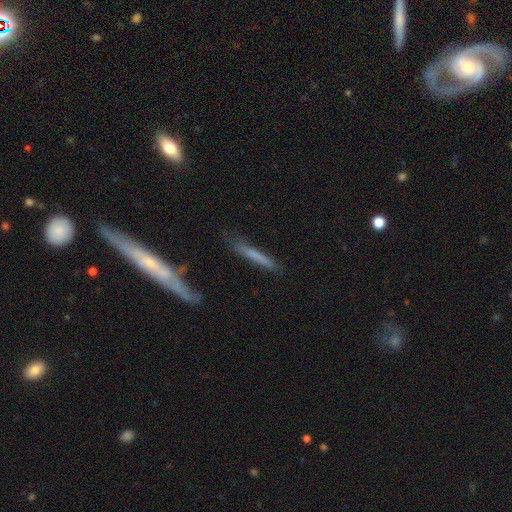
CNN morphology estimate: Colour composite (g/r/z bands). It shows a smooth galaxy with no disk features (64%) that is cigar-shaped (94%). Merging: none (68%).